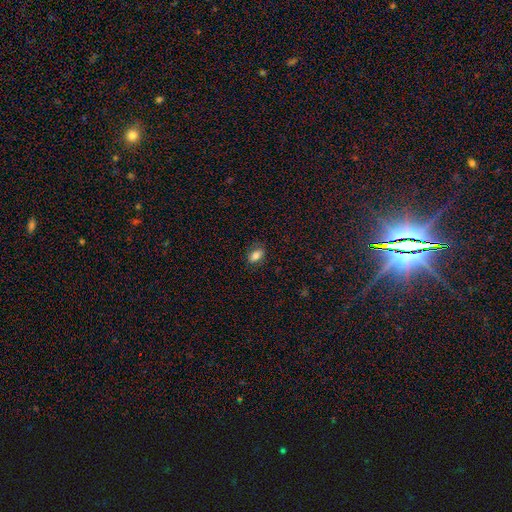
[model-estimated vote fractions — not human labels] smooth_or_featured: smooth (p=0.81) [alt: featured or disk p=0.10]
how_rounded: in between (p=0.87) [alt: round p=0.09]
merging: none (p=0.82) [alt: minor disturbance p=0.14]